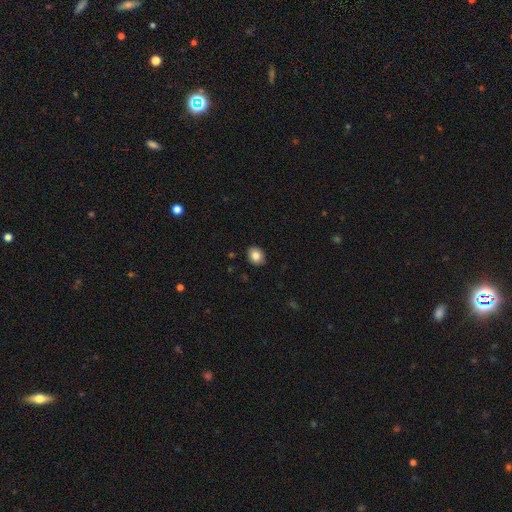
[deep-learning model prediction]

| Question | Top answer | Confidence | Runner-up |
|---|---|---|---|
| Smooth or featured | smooth | 84% | star or artifact (9%) |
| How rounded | round | 56% | in between (43%) |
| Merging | none | 91% | minor disturbance (7%) |